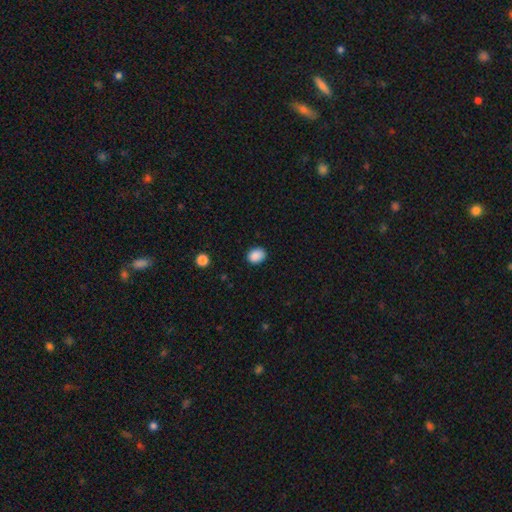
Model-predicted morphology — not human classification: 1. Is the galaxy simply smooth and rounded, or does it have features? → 88% smooth, 9% star or artifact, 3% featured or disk.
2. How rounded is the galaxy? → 58% in between, 41% round, 1% cigar-shaped.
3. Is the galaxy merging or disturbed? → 86% none, 11% minor disturbance, 2% major disturbance, 1% merger.